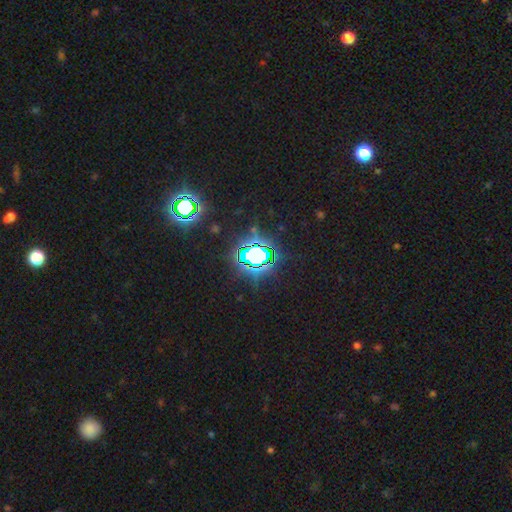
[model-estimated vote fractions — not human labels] Overall: star or artifact (77%).